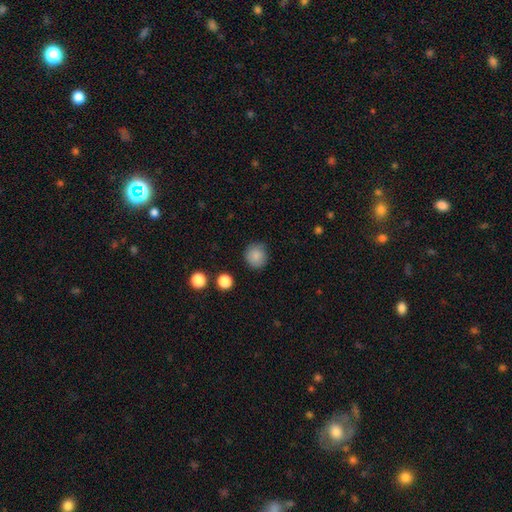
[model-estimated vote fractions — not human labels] The model was most divided on "merging": none: 85%, minor disturbance: 11%, major disturbance: 3%, merger: 2%. More confident: how rounded — round (91%); smooth or featured — smooth (86%).